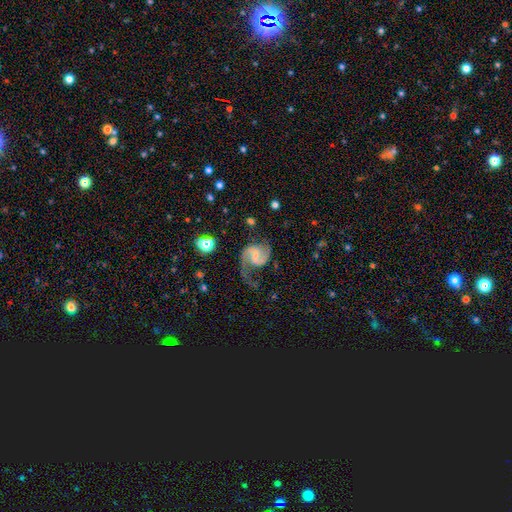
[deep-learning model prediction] Smooth or featured: featured or disk — 85% (smooth — 9%)
Edge-on disk: no — 98% (yes — 2%)
Bar: weak — 53% (no — 29%)
Spiral arms: yes — 96% (no — 4%)
Spiral winding: medium — 45% (loose — 43%)
Spiral arm count: 2 — 82% (1 — 12%)
Bulge size: small — 49% (moderate — 23%)
Merging: none — 48% (major disturbance — 28%)